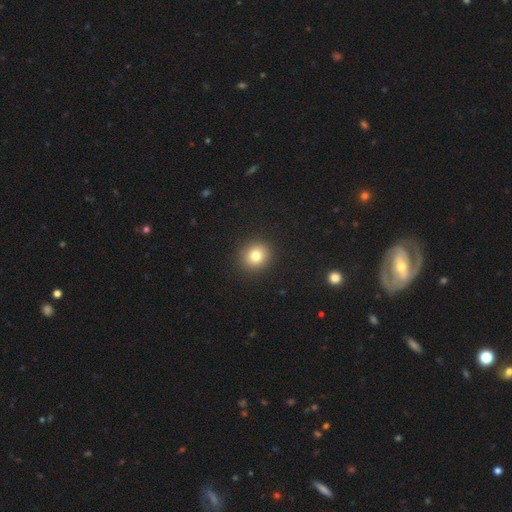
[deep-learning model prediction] Overall: smooth (79%). How rounded: round (86%). Merging: none (91%).